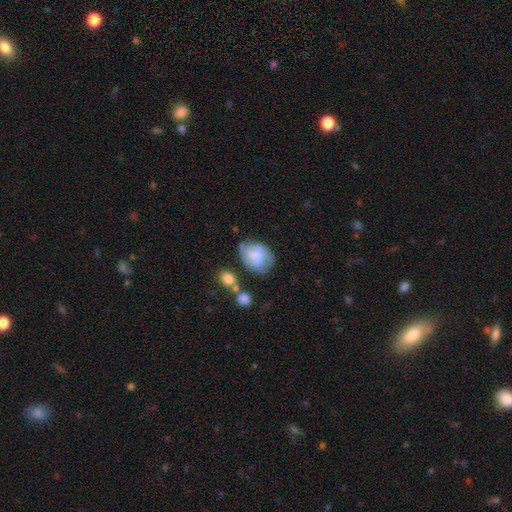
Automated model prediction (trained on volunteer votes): The model was most divided on "merging": none: 44%, minor disturbance: 32%, major disturbance: 16%, merger: 8%. More confident: how rounded — in between (62%); smooth or featured — smooth (59%).